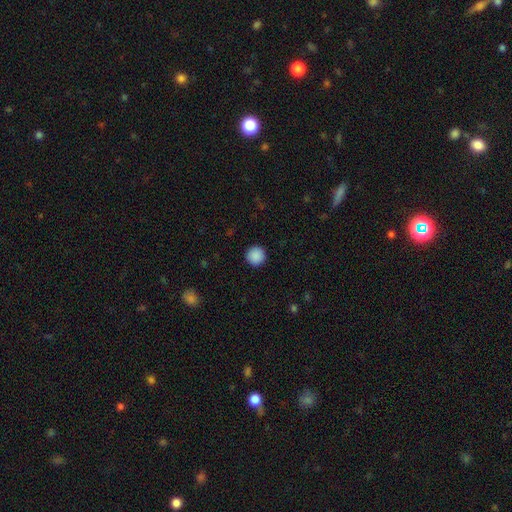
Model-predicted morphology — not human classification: Smooth or featured? Predicted: smooth (p=0.90). How rounded? Predicted: round (p=0.96). Merging? Predicted: none (p=0.92).